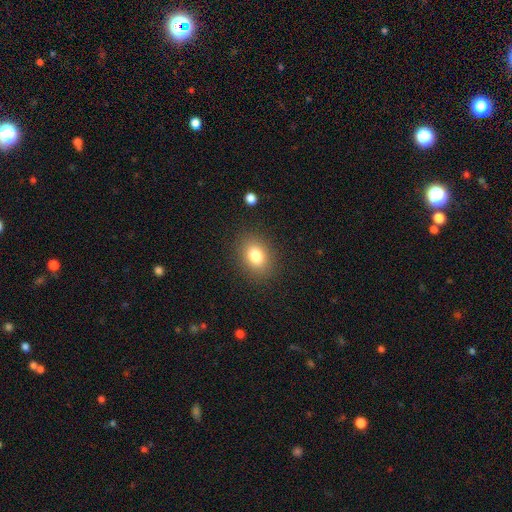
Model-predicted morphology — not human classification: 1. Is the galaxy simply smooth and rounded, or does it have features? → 80% smooth, 11% star or artifact, 9% featured or disk.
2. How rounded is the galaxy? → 59% in between, 40% round, 1% cigar-shaped.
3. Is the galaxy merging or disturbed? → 87% none, 9% minor disturbance, 3% major disturbance, 1% merger.